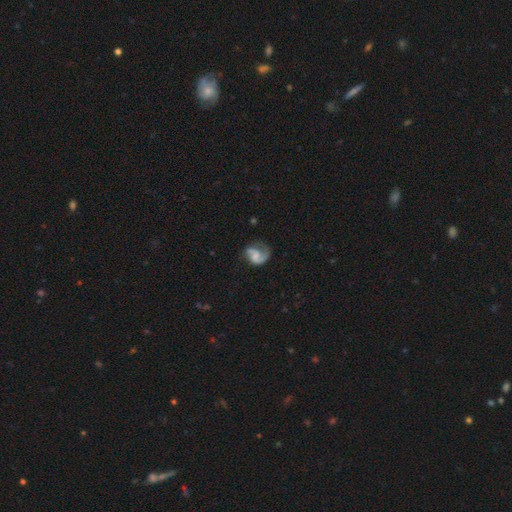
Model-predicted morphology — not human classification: Smooth or featured: featured or disk — 70% (smooth — 22%)
Edge-on disk: no — 98% (yes — 2%)
Bar: no — 51% (weak — 38%)
Spiral arms: yes — 90% (no — 10%)
Spiral winding: medium — 43% (loose — 40%)
Spiral arm count: 2 — 59% (1 — 33%)
Bulge size: none — 43% (small — 27%)
Merging: none — 48% (major disturbance — 26%)